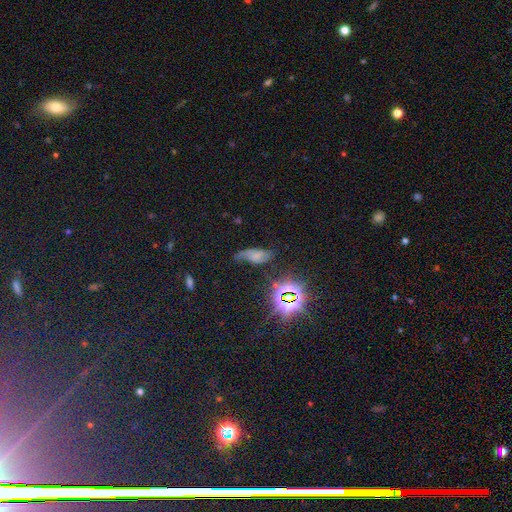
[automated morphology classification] A featured or disk galaxy (39%).

Vote fractions:
- Smooth or featured? featured or disk: 39% / smooth: 37% / star or artifact: 24%
- Merging? none: 42% / minor disturbance: 33% / major disturbance: 21% / merger: 4%